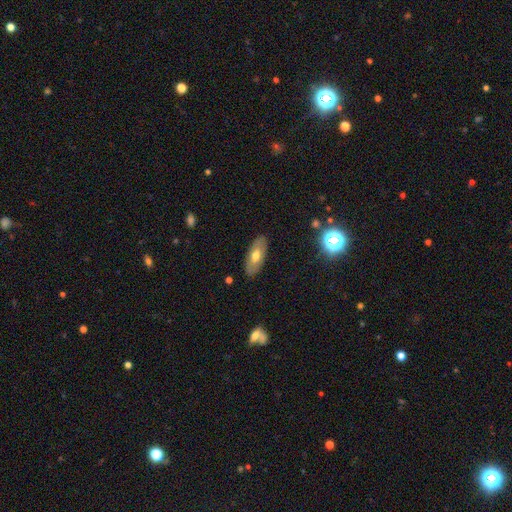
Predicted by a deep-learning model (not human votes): Smooth or featured: smooth — 56% (featured or disk — 36%)
How rounded: in between — 83% (cigar-shaped — 14%)
Merging: none — 87% (minor disturbance — 10%)